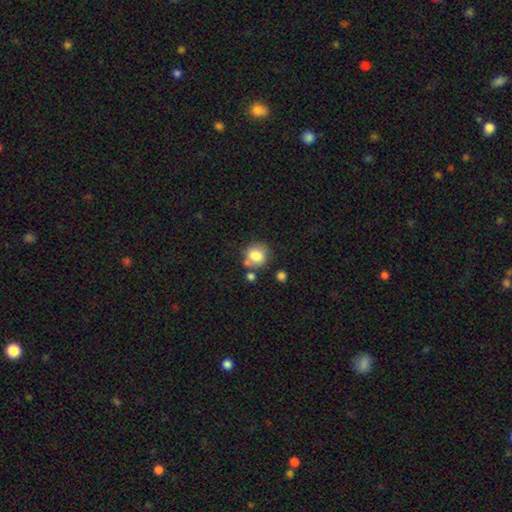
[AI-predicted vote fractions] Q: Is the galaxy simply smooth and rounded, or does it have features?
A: smooth — 82%.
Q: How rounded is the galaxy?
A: round — 82%.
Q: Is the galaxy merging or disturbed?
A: none — 62%.